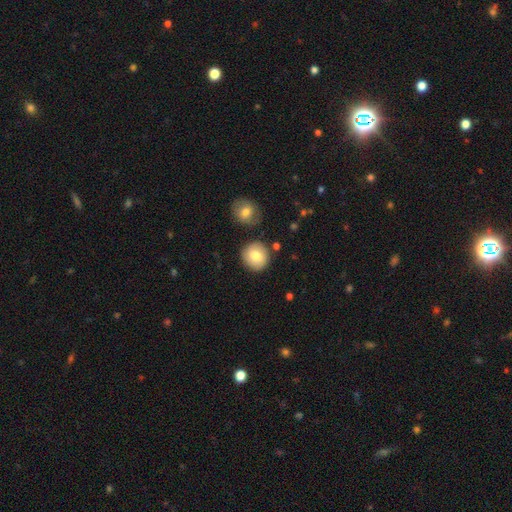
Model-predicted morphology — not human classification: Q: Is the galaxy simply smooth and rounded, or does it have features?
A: smooth — 80%.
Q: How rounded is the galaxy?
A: round — 92%.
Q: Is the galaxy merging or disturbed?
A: none — 83%.